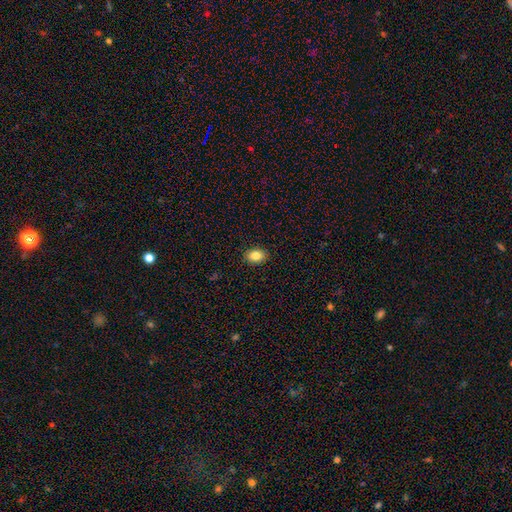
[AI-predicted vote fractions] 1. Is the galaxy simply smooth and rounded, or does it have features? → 85% smooth, 9% star or artifact, 7% featured or disk.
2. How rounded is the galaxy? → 75% in between, 24% round, 1% cigar-shaped.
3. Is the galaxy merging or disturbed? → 90% none, 7% minor disturbance, 2% major disturbance, 1% merger.